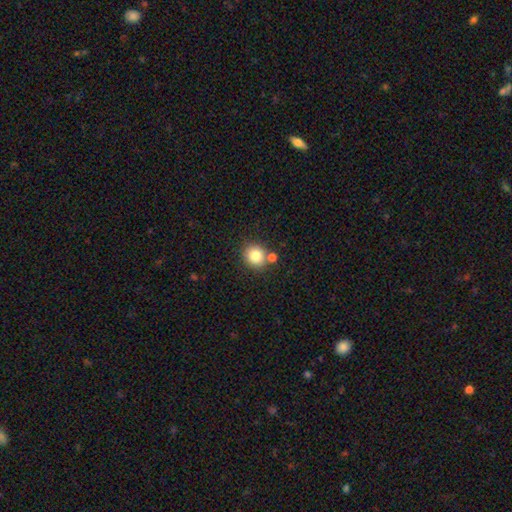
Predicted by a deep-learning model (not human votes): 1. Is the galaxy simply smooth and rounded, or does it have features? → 81% smooth, 11% star or artifact, 8% featured or disk.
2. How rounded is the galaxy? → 85% round, 14% in between, 1% cigar-shaped.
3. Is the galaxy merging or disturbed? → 72% none, 17% merger, 9% minor disturbance, 3% major disturbance.